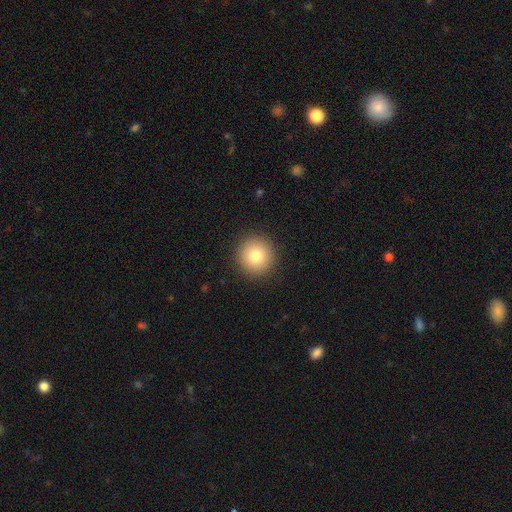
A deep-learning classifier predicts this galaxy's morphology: type=smooth (80%); roundness=round (95%); merging=none (92%).